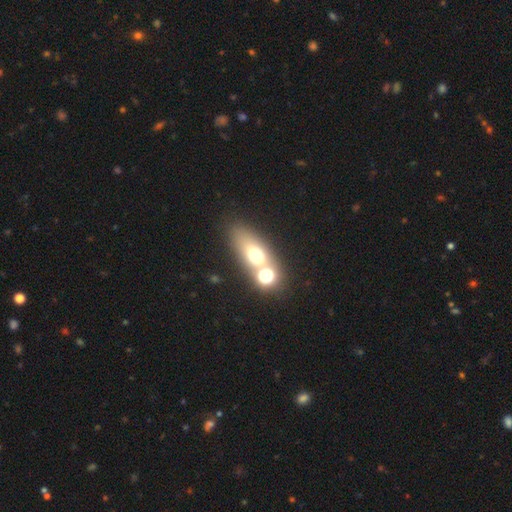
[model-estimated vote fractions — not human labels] Smooth or featured: smooth — 55% (featured or disk — 25%)
How rounded: in between — 60% (round — 25%)
Merging: none — 57% (merger — 26%)